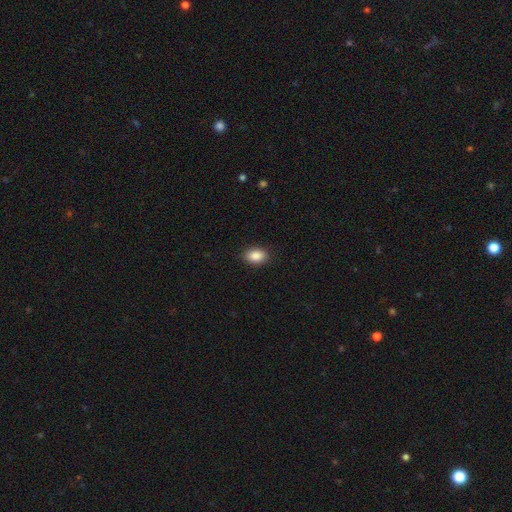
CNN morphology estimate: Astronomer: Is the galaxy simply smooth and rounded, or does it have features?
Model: smooth — 88%.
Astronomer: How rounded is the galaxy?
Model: in between — 83%.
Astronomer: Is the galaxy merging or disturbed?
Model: none — 89%.